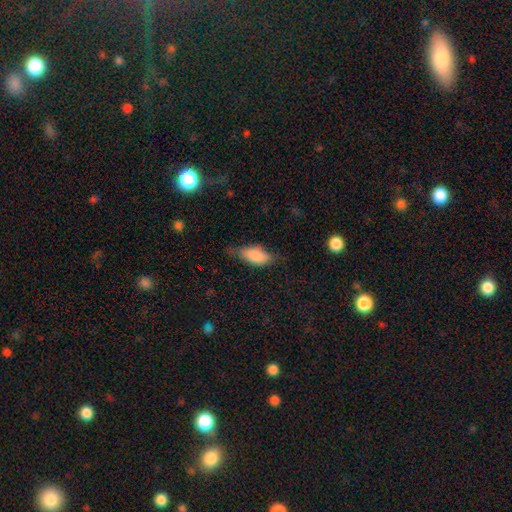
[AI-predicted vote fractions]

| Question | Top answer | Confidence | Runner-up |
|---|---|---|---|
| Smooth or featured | smooth | 79% | featured or disk (14%) |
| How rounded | in between | 81% | cigar-shaped (16%) |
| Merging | none | 53% | minor disturbance (33%) |